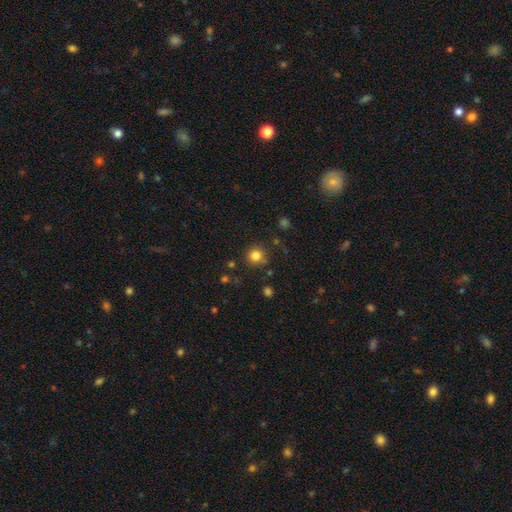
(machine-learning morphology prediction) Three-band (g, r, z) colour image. It shows a smooth galaxy with no disk features (82%) that is round (92%). Merging: none (83%).